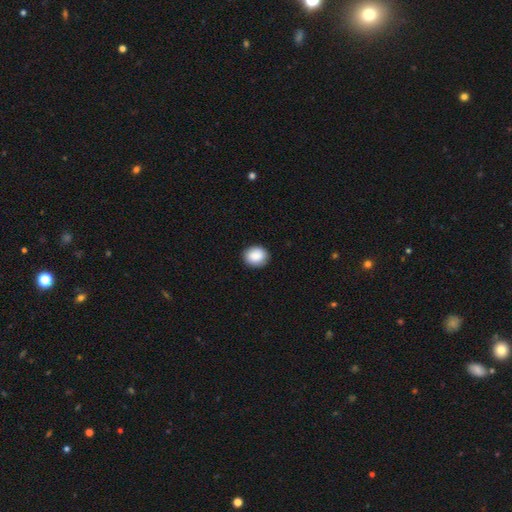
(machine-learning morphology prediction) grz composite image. It shows a smooth galaxy with no disk features (89%) that is round (70%). Merging: none (88%).